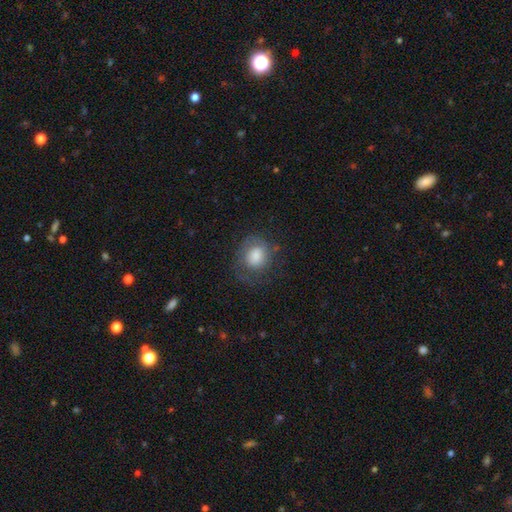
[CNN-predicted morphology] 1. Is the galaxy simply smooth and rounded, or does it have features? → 65% smooth, 26% featured or disk, 9% star or artifact.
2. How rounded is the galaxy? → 66% round, 33% in between, 1% cigar-shaped.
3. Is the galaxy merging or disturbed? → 54% none, 24% minor disturbance, 21% major disturbance, 2% merger.